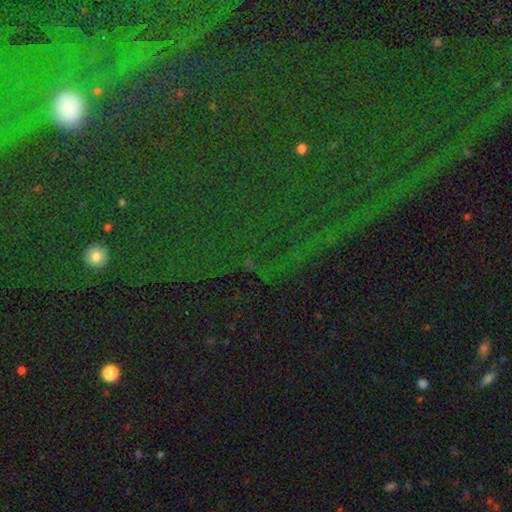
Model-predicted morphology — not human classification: This appears to be a star or artifact, not a galaxy (82%).